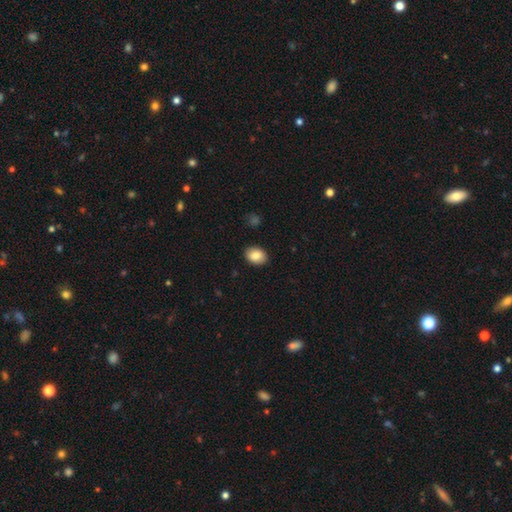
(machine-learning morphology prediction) A smooth galaxy with no disk features (86%) that is in between round and cigar-shaped (64%).

Vote fractions:
- Smooth or featured? smooth: 86% / star or artifact: 8% / featured or disk: 7%
- How rounded? in between: 64% / round: 35% / cigar-shaped: 1%
- Merging? none: 90% / minor disturbance: 7% / major disturbance: 2% / merger: 1%